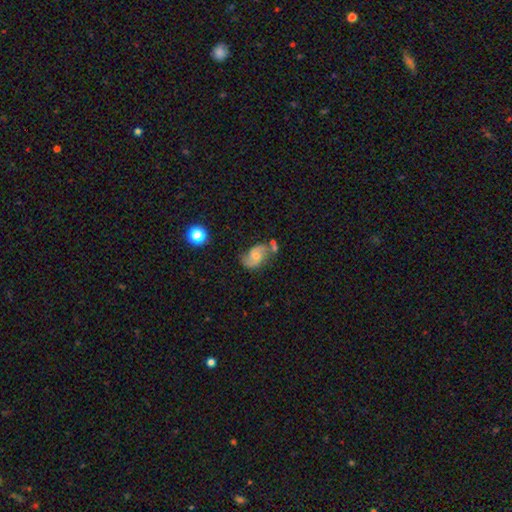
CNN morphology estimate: Smooth or featured: featured or disk — 71% (smooth — 20%)
Edge-on disk: no — 97% (yes — 3%)
Bar: no — 60% (weak — 33%)
Spiral arms: yes — 92% (no — 8%)
Spiral winding: medium — 47% (loose — 33%)
Spiral arm count: 2 — 89% (can't tell — 5%)
Bulge size: moderate — 52% (small — 40%)
Merging: none — 57% (minor disturbance — 21%)